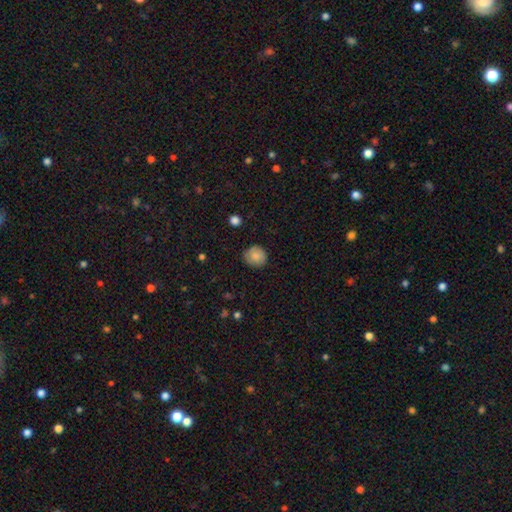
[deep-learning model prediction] smooth_or_featured: smooth (p=0.83) [alt: featured or disk p=0.09]
how_rounded: round (p=0.86) [alt: in between p=0.13]
merging: none (p=0.81) [alt: minor disturbance p=0.15]